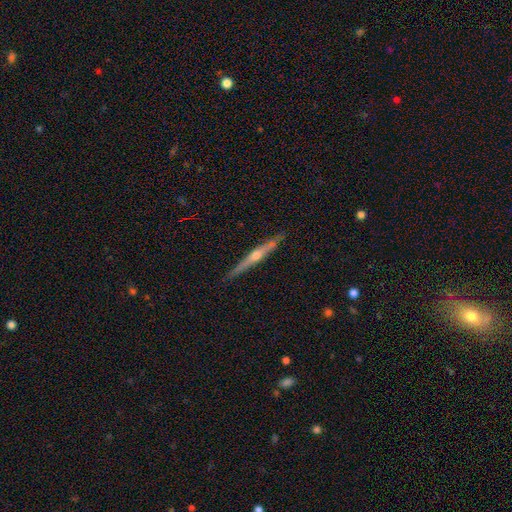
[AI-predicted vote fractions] Smooth or featured?
  - featured or disk: 79% *
  - smooth: 15%
  - star or artifact: 6%
Edge-on disk?
  - yes: 98% *
  - no: 2%
Edge-on bulge?
  - rounded: 86% *
  - none: 11%
  - boxy: 4%
Merging?
  - none: 90% *
  - minor disturbance: 7%
  - major disturbance: 1%
  - merger: 1%